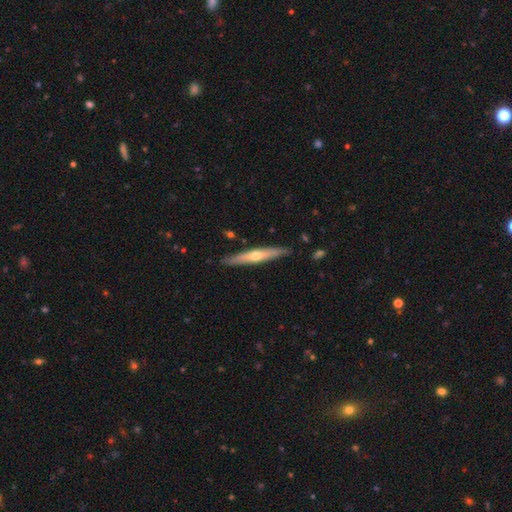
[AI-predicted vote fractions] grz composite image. It shows a featured or disk galaxy (60%) viewed edge-on (92%) with a rounded central bulge (84%). Merging: none (88%).